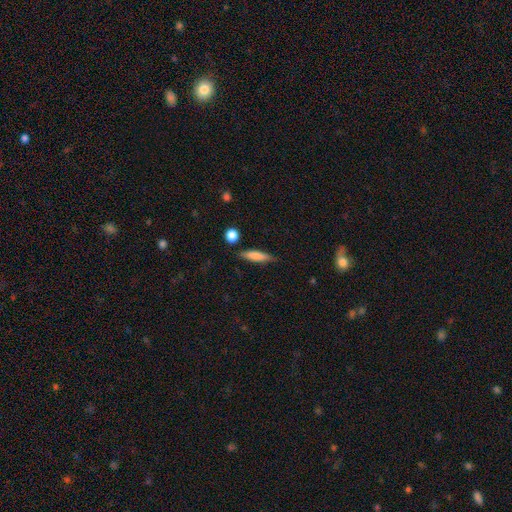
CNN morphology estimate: This is likely a smooth galaxy (76%). How rounded: likely cigar-shaped (76%). Merging: clearly none (80%).